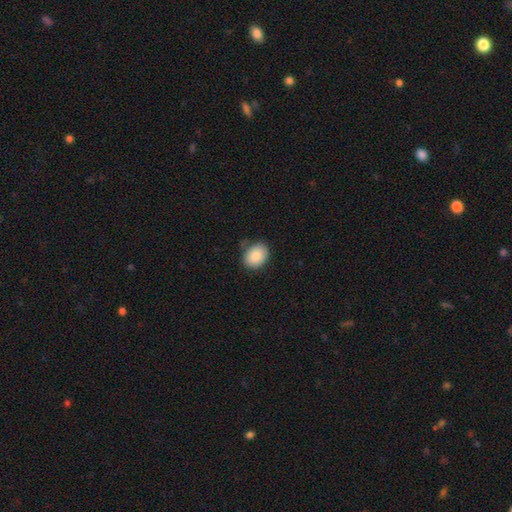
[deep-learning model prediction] smooth_or_featured: smooth (p=0.86) [alt: star or artifact p=0.07]
how_rounded: in between (p=0.59) [alt: round p=0.40]
merging: none (p=0.77) [alt: minor disturbance p=0.18]